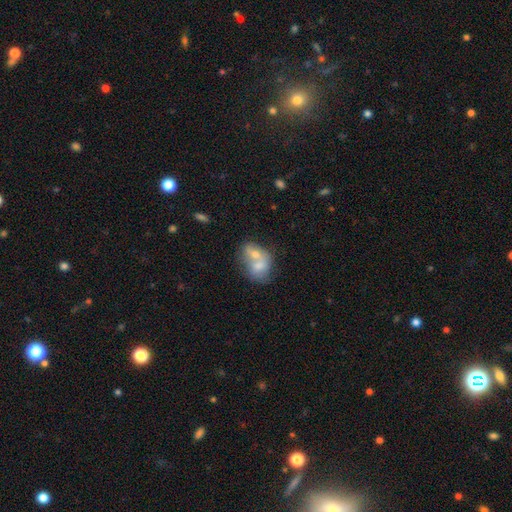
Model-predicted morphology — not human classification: Smooth or featured: smooth — 60% (featured or disk — 30%)
How rounded: in between — 58% (round — 41%)
Merging: merger — 73% (none — 17%)